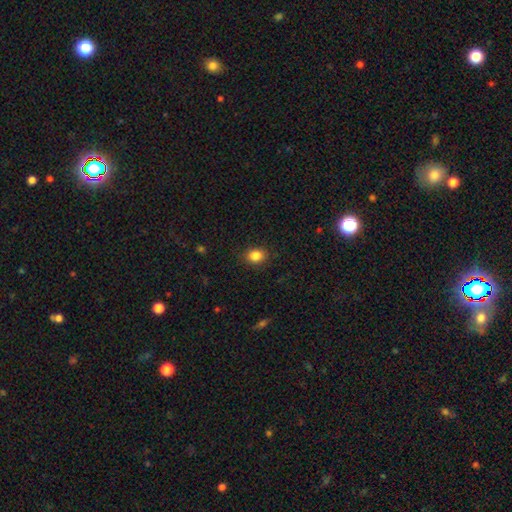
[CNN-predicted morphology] Smooth or featured?
  - smooth: 85% *
  - star or artifact: 10%
  - featured or disk: 5%
How rounded?
  - in between: 50% *
  - round: 49%
  - cigar-shaped: 1%
Merging?
  - none: 89% *
  - minor disturbance: 8%
  - major disturbance: 2%
  - merger: 1%